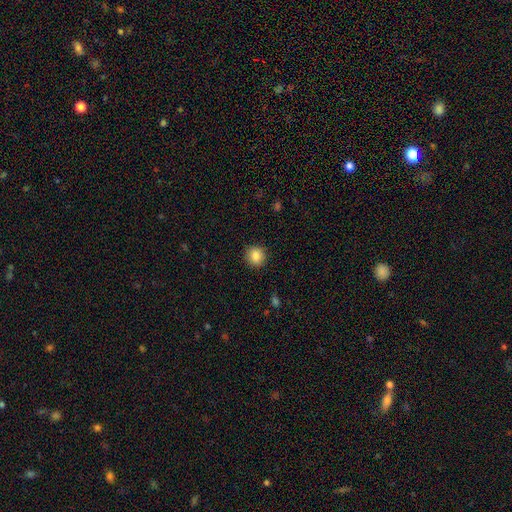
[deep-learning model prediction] smooth_or_featured: smooth (p=0.86) [alt: star or artifact p=0.09]
how_rounded: round (p=0.89) [alt: in between p=0.10]
merging: none (p=0.91) [alt: minor disturbance p=0.06]